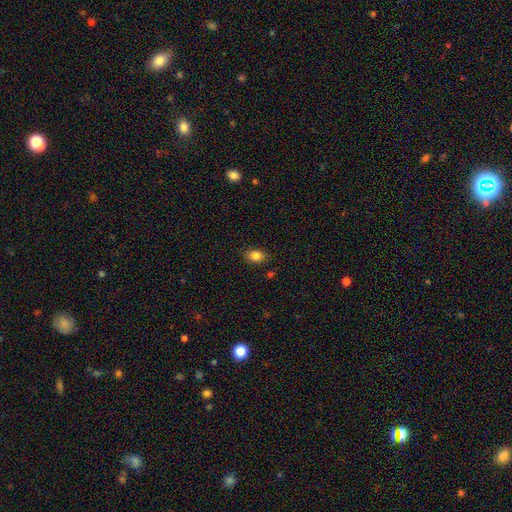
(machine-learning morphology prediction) A smooth galaxy with no disk features (84%) that is in between round and cigar-shaped (69%). Merging: none (83%).